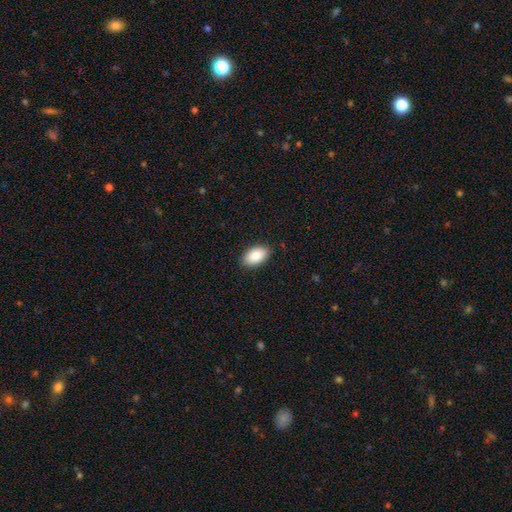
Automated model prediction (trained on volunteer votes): The model was most divided on "merging": none: 89%, minor disturbance: 9%, major disturbance: 2%, merger: 1%. More confident: how rounded — in between (95%); smooth or featured — smooth (89%).